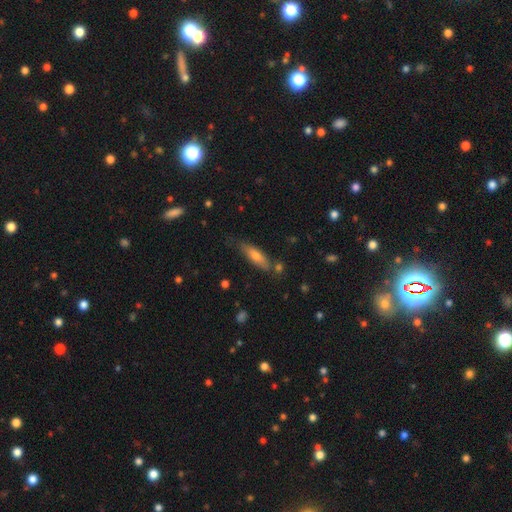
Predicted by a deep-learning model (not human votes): A smooth galaxy with no disk features (65%) that is cigar-shaped (58%).

Vote fractions:
- Smooth or featured? smooth: 65% / featured or disk: 28% / star or artifact: 7%
- How rounded? cigar-shaped: 58% / in between: 40% / round: 2%
- Merging? none: 65% / minor disturbance: 23% / merger: 6% / major disturbance: 5%